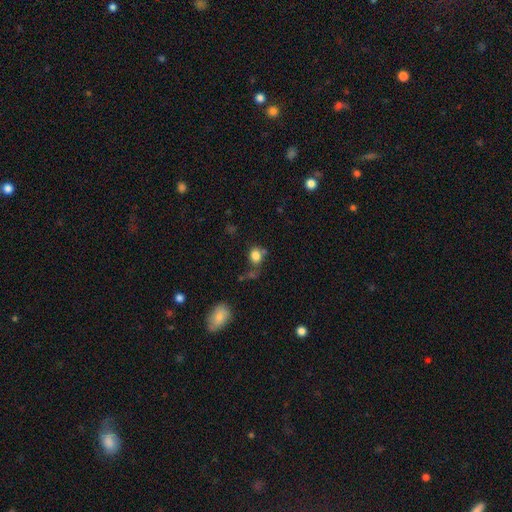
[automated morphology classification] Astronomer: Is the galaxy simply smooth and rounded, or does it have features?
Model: smooth — 81%.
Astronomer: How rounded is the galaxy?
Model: round — 58% (runner-up: in between, 41%).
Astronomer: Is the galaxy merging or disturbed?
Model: none — 54%.